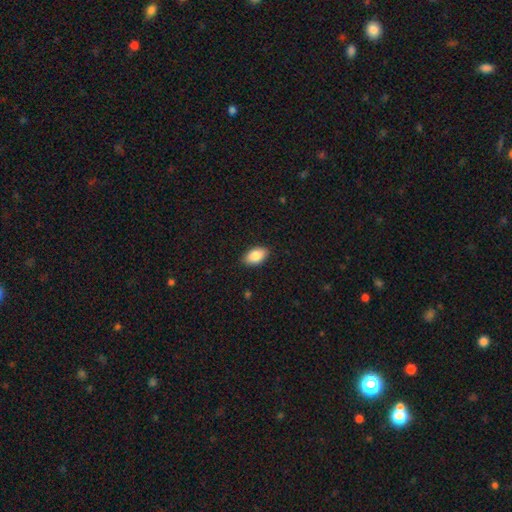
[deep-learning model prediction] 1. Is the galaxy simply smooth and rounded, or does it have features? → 87% smooth, 7% star or artifact, 6% featured or disk.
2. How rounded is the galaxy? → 94% in between, 5% round, 2% cigar-shaped.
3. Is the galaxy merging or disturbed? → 88% none, 9% minor disturbance, 2% major disturbance, 1% merger.